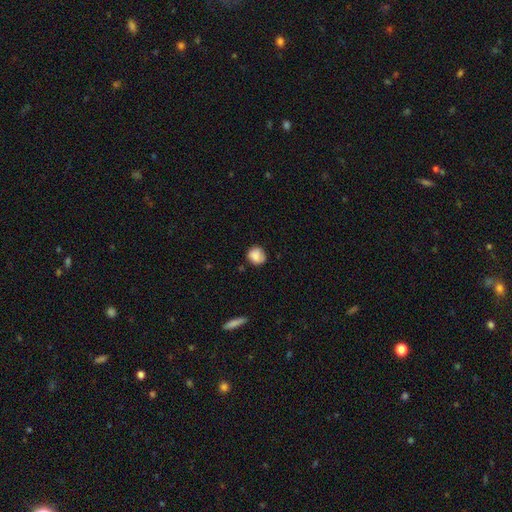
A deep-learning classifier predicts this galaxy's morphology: Q: Smooth or featured?
A: smooth (82%); runner-up: featured or disk (10%)
Q: How rounded?
A: round (82%); runner-up: in between (17%)
Q: Merging?
A: none (70%); runner-up: minor disturbance (23%)